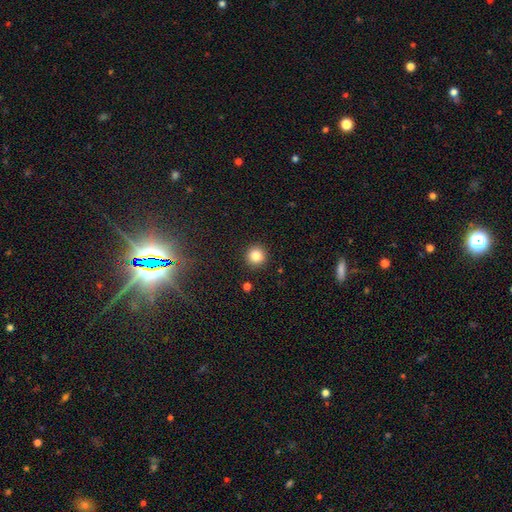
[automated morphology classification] Smooth or featured?
  - smooth: 84% *
  - star or artifact: 11%
  - featured or disk: 5%
How rounded?
  - round: 94% *
  - in between: 5%
  - cigar-shaped: 1%
Merging?
  - none: 92% *
  - minor disturbance: 5%
  - major disturbance: 2%
  - merger: 1%